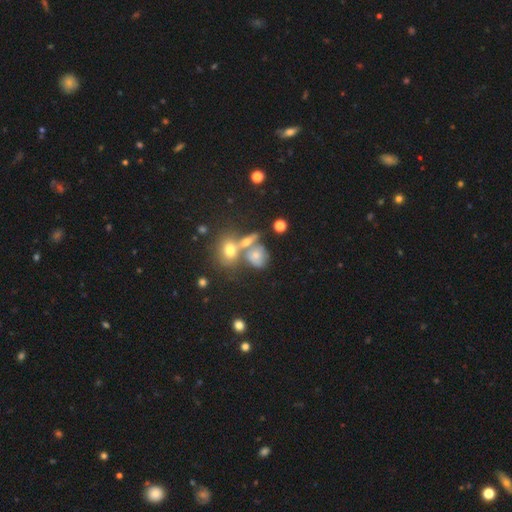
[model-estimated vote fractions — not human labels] smooth 57%, featured or disk 28%, star or artifact 14%. Down the decision tree: how rounded — in between (50%); merging — merger (42%).